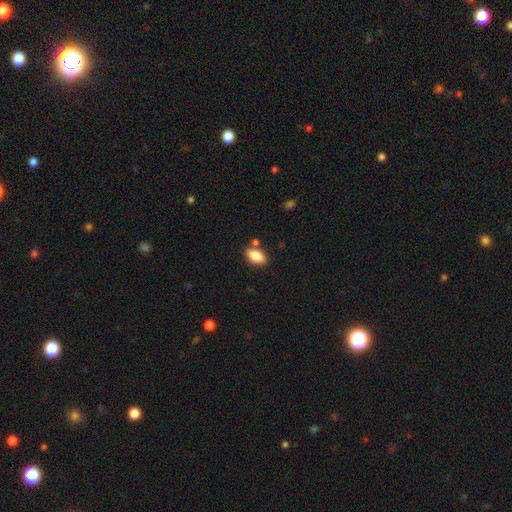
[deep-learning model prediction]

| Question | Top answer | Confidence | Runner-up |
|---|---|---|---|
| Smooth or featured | smooth | 84% | featured or disk (9%) |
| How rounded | in between | 90% | round (5%) |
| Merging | none | 77% | minor disturbance (12%) |